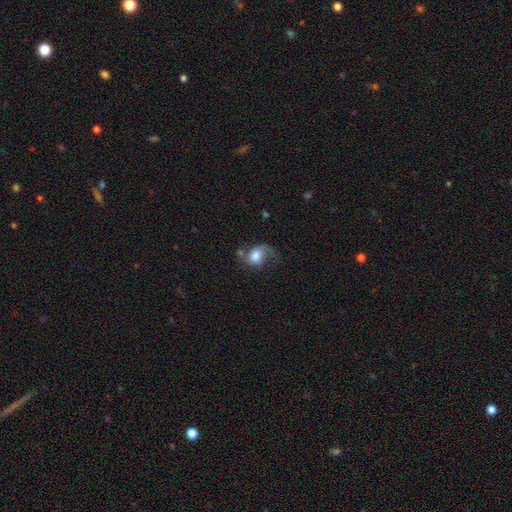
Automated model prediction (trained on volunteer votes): This appears to be a smooth galaxy with no disk features (53%) that is in between round and cigar-shaped (53%). Merging: major disturbance (35%).